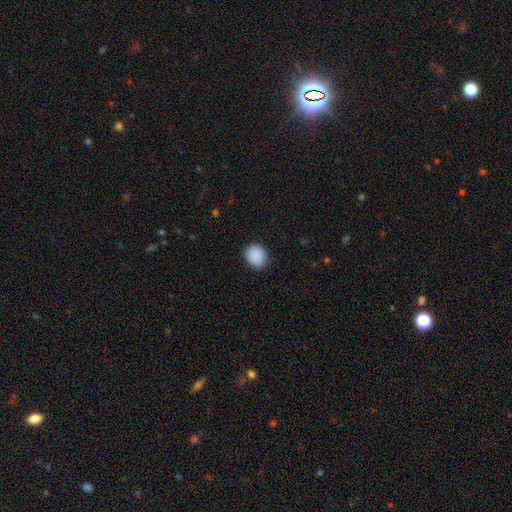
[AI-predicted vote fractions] Smooth or featured?
  - smooth: 90% *
  - star or artifact: 7%
  - featured or disk: 3%
How rounded?
  - round: 67% *
  - in between: 32%
  - cigar-shaped: 1%
Merging?
  - none: 87% *
  - minor disturbance: 10%
  - major disturbance: 2%
  - merger: 1%